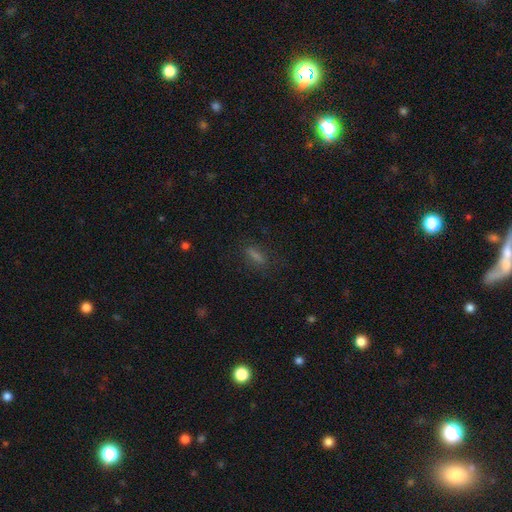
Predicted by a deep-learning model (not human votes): This appears to be a smooth galaxy with no disk features (63%) that is cigar-shaped (54%). Merging: none (79%).